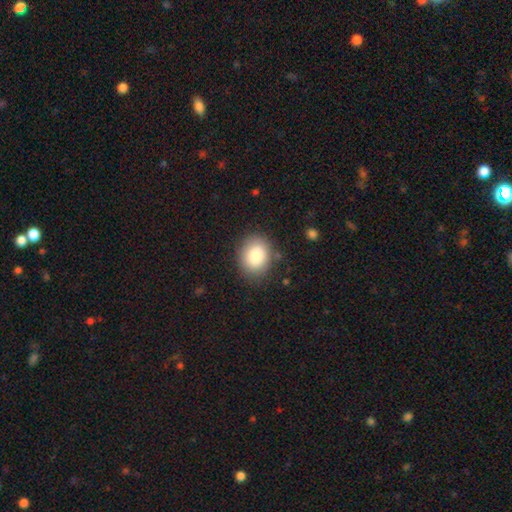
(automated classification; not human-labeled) The model was most divided on "how rounded": in between: 50%, round: 49%, cigar-shaped: 1%. More confident: smooth or featured — smooth (84%); merging — none (84%).